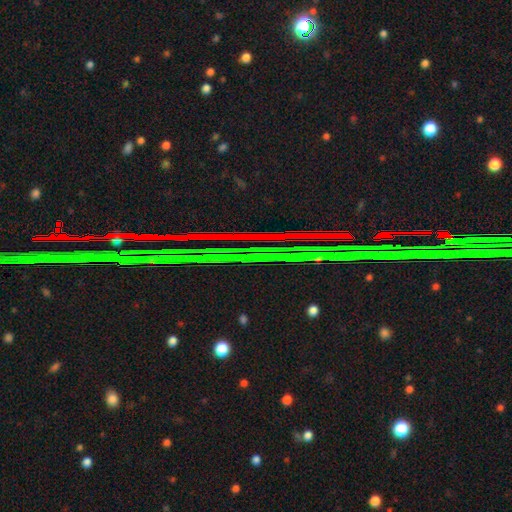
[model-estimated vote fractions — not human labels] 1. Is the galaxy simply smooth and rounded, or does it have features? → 85% star or artifact, 9% featured or disk, 7% smooth.